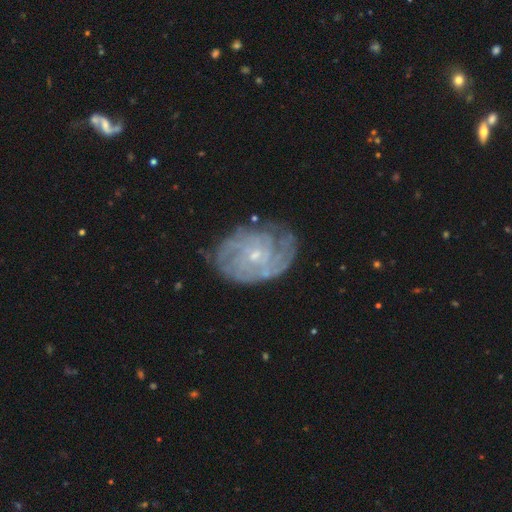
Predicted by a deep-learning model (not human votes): Smooth or featured? Predicted: featured or disk (p=0.83). Edge-on disk? Predicted: no (p=0.97). Bar? Predicted: no (p=0.72). Spiral arms? Predicted: yes (p=0.93). Spiral winding? Predicted: tight (p=0.70). Spiral arm count? Predicted: can't tell (p=0.42). Bulge size? Predicted: small (p=0.80). Merging? Predicted: none (p=0.73).